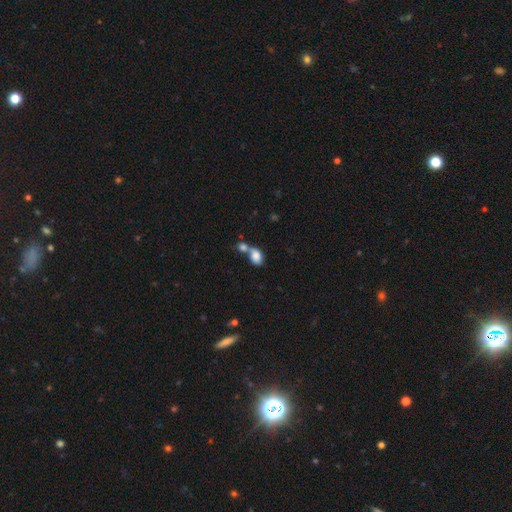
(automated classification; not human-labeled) A smooth galaxy with no disk features (82%) that is in between round and cigar-shaped (78%). Merging: merger (64%).